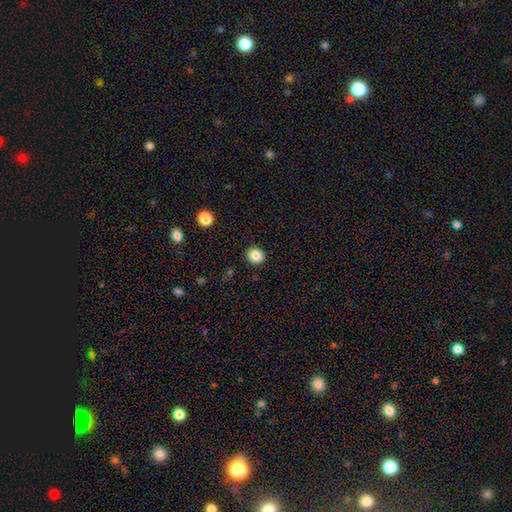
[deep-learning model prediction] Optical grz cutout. It shows a smooth galaxy with no disk features (85%) that is round (86%). Merging: none (92%).